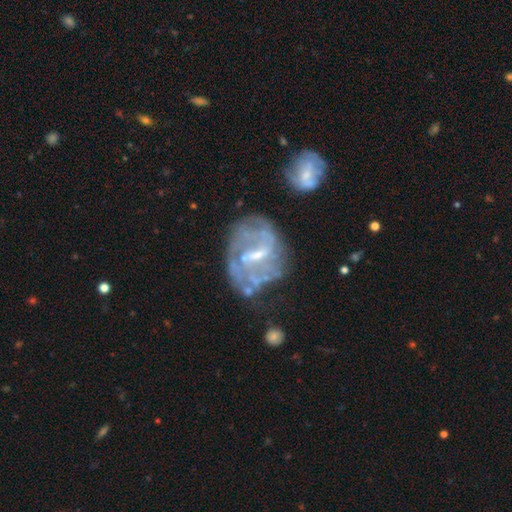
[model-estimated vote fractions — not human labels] The model was most divided on "spiral winding": tight: 39%, medium: 36%, loose: 25%. Remaining: edge-on disk — no (97%); smooth or featured — featured or disk (78%); spiral arms — yes (68%); bar — weak (53%); merging — none (49%); bulge size — small (47%); spiral arm count — can't tell (46%).